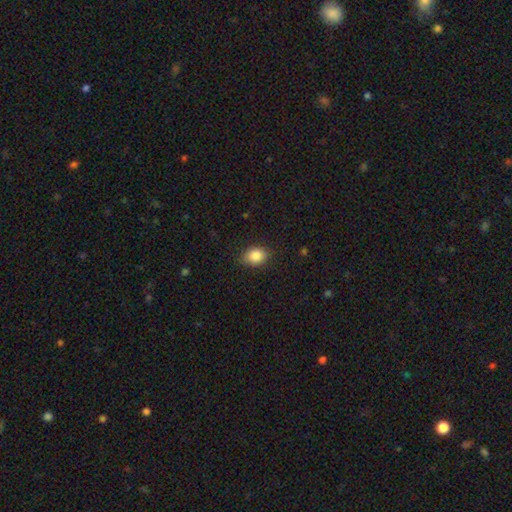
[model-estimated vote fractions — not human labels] Smooth or featured?
  - smooth: 86% *
  - star or artifact: 8%
  - featured or disk: 5%
How rounded?
  - in between: 63% *
  - round: 36%
  - cigar-shaped: 1%
Merging?
  - none: 84% *
  - minor disturbance: 12%
  - major disturbance: 3%
  - merger: 1%